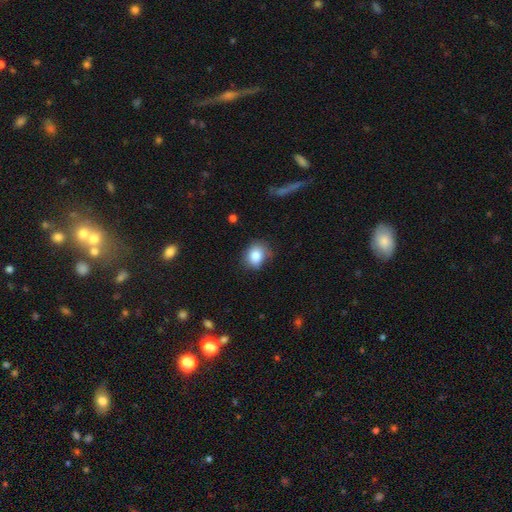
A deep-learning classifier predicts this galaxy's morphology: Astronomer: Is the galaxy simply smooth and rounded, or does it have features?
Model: smooth — 82%.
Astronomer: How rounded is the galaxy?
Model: round — 58% (runner-up: in between, 41%).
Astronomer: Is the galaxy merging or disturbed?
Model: none — 69%.